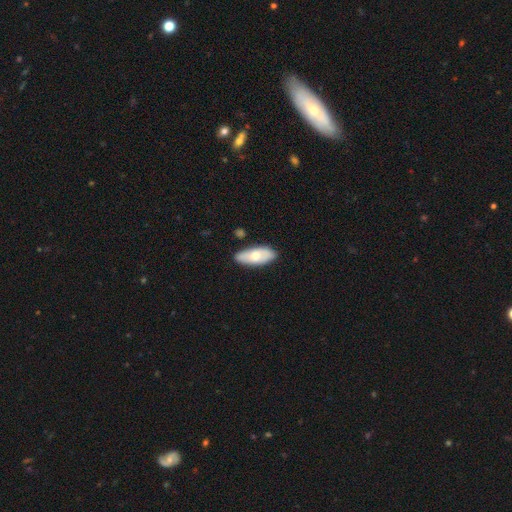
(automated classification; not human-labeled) This is likely a smooth galaxy (64%). How rounded: clearly in between (84%). Merging: clearly none (82%).